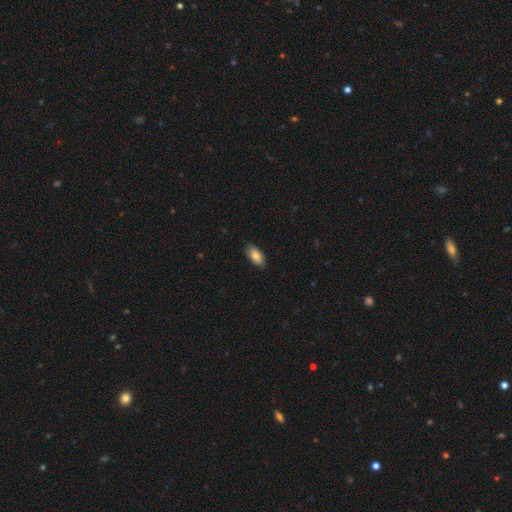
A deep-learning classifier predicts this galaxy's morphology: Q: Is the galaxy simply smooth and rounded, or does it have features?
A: smooth — 80%.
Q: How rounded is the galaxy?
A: in between — 93%.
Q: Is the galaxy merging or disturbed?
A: none — 87%.